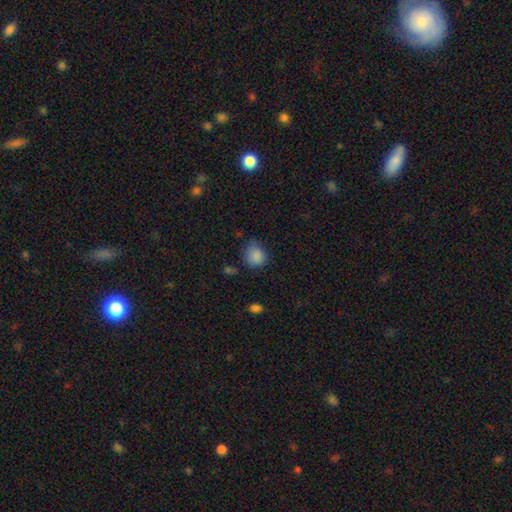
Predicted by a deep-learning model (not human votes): This is clearly a smooth galaxy (85%). How rounded: likely round (73%). Merging: possibly none (58%).